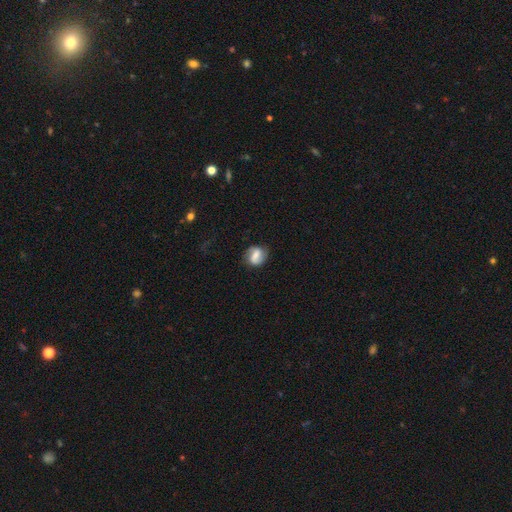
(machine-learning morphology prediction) Overall: featured or disk (56%; smooth 36%). Edge-on disk: no (97%). Bar: weak (41%; strong 40%). Spiral arms: yes (87%). Bulge size: moderate (35%; small 31%). Merging: none (79%).